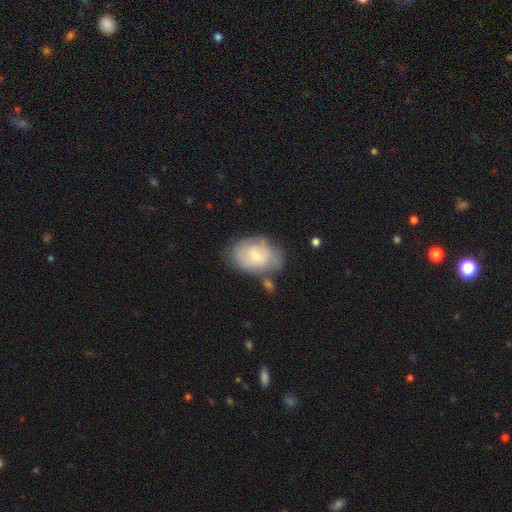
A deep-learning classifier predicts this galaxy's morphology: Overall: smooth (54%; featured or disk 39%). How rounded: in between (79%). Merging: none (57%; minor disturbance 26%).